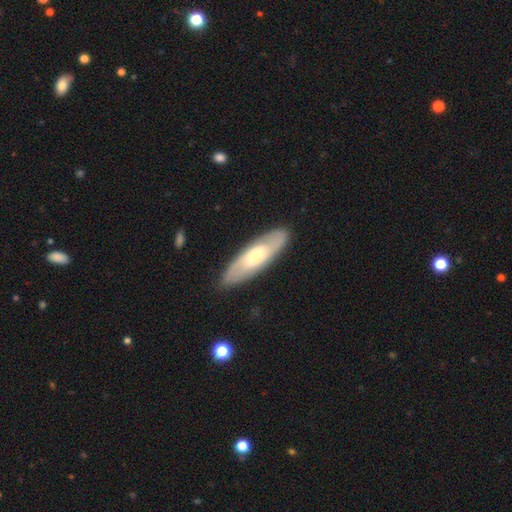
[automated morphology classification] Overall: featured or disk (56%; smooth 39%). Edge-on disk: no (74%). Merging: none (86%).